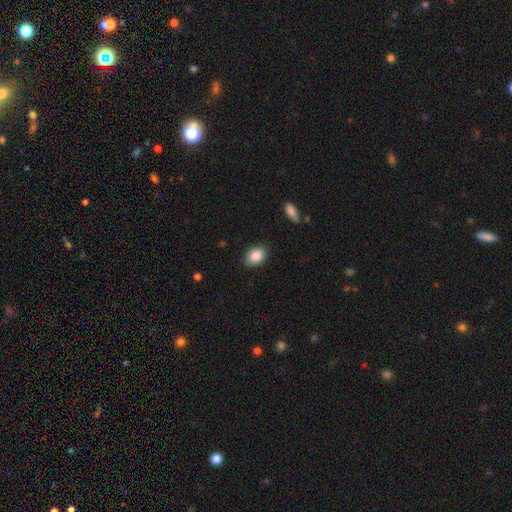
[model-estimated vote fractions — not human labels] Smooth or featured: smooth — 87% (star or artifact — 7%)
How rounded: in between — 82% (round — 17%)
Merging: none — 87% (minor disturbance — 10%)